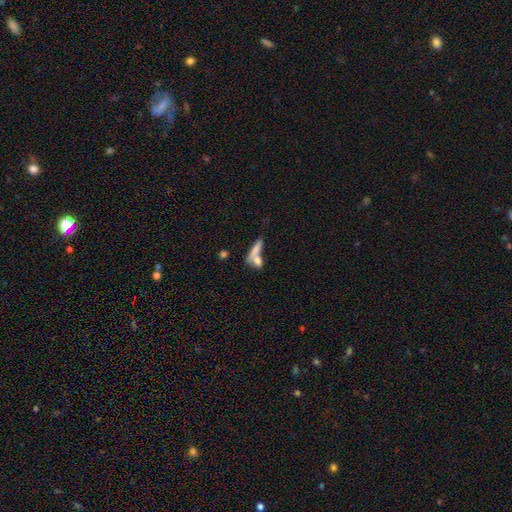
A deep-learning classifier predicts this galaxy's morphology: This appears to be a smooth galaxy with no disk features (69%) that is cigar-shaped (55%). Merging: merger (45%).